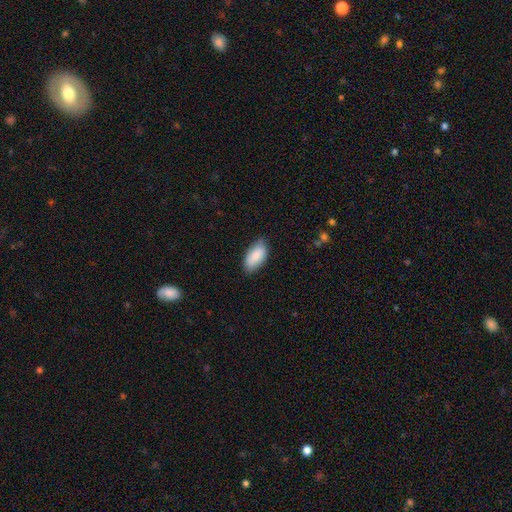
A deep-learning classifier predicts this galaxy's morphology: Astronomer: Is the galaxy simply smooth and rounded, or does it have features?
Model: smooth — 85%.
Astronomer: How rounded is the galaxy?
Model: in between — 94%.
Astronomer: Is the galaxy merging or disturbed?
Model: none — 77%.